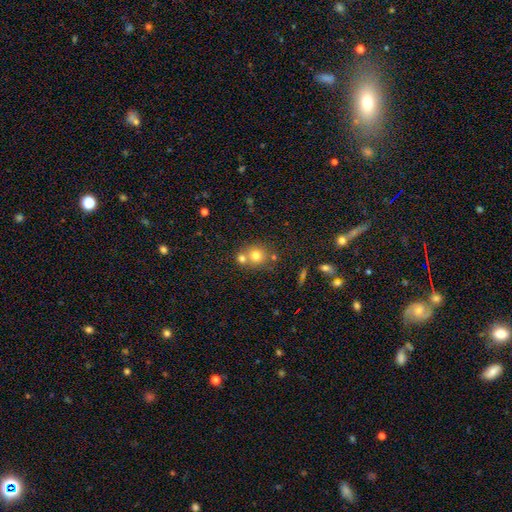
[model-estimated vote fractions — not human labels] A smooth galaxy with no disk features (74%) that is round (84%).

Vote fractions:
- Smooth or featured? smooth: 74% / featured or disk: 13% / star or artifact: 13%
- How rounded? round: 84% / in between: 15% / cigar-shaped: 1%
- Merging? none: 51% / merger: 39% / minor disturbance: 8% / major disturbance: 3%